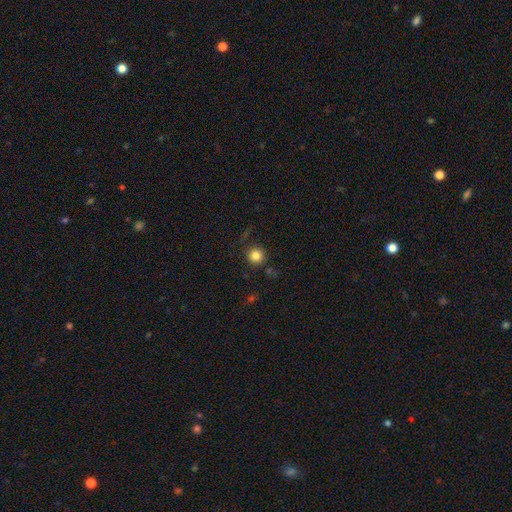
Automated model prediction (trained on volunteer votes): Smooth or featured: smooth — 83% (star or artifact — 12%)
How rounded: round — 94% (in between — 5%)
Merging: none — 83% (minor disturbance — 10%)